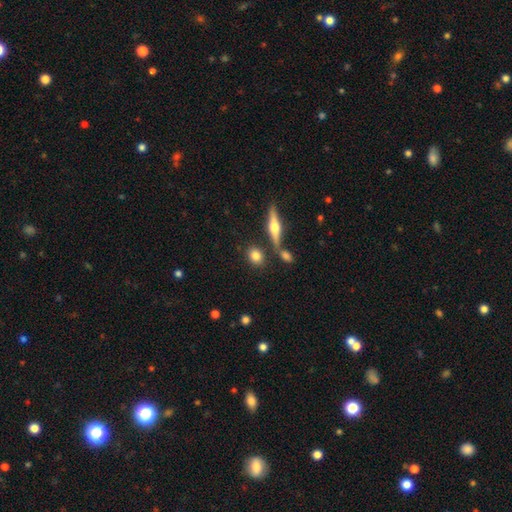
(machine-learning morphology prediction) smooth-or-featured: smooth: 77% | featured or disk: 15% | star or artifact: 8%
  how-rounded: round: 57% | in between: 37% | cigar-shaped: 6%
  merging: none: 77% | merger: 10% | minor disturbance: 10% | major disturbance: 3%